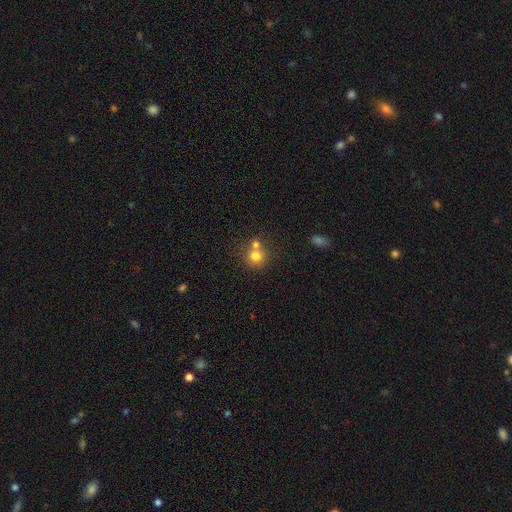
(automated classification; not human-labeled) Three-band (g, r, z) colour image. It shows a smooth galaxy with no disk features (78%) that is round (88%). Merging: none (51%).